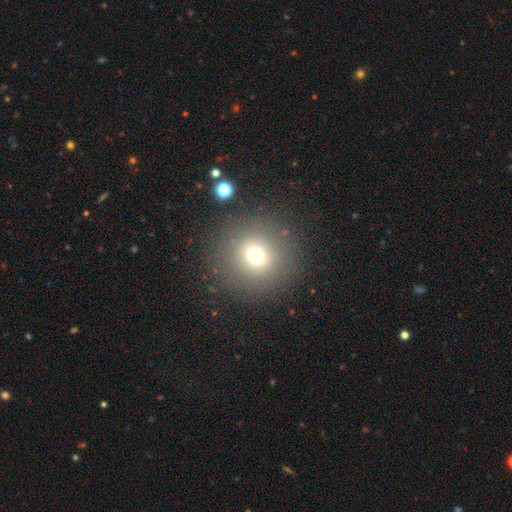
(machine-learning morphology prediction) smooth-or-featured: smooth: 71% | star or artifact: 17% | featured or disk: 11%
  how-rounded: round: 94% | in between: 5% | cigar-shaped: 1%
  merging: none: 87% | minor disturbance: 7% | major disturbance: 4% | merger: 2%